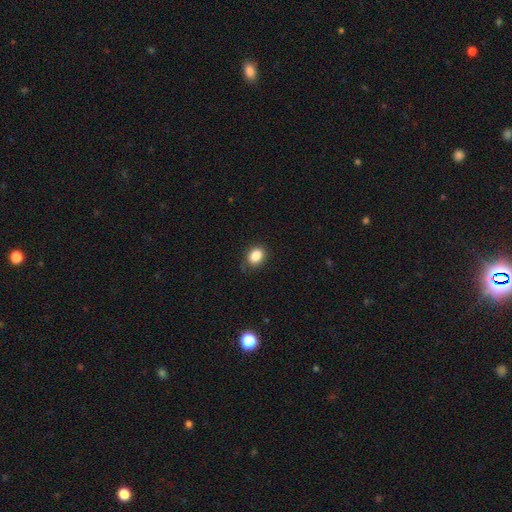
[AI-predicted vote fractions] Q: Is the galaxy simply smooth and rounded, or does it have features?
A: smooth — 86%.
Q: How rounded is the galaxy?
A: in between — 64%.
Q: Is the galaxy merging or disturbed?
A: none — 81%.